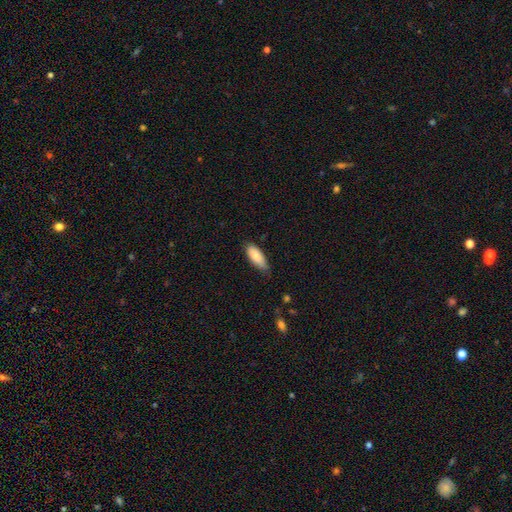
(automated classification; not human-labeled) A smooth galaxy with no disk features (83%) that is in between round and cigar-shaped (77%). Merging: none (70%).